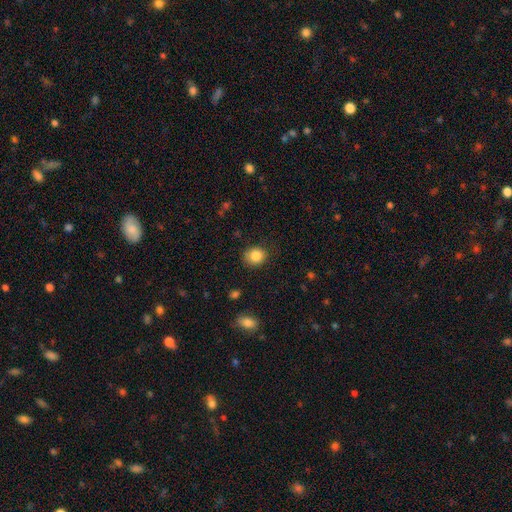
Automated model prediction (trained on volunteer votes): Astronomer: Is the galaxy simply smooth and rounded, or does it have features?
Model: smooth — 85%.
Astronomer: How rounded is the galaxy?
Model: round — 73%.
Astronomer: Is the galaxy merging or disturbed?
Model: none — 82%.